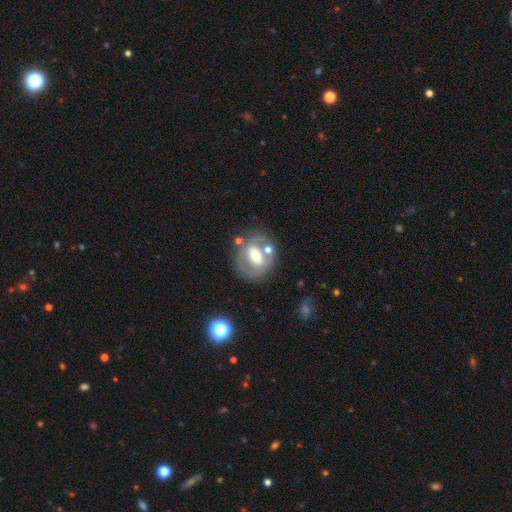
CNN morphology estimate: Overall: featured or disk (61%; smooth 32%). Edge-on disk: no (93%). Bar: weak (34%; strong 33%). Spiral arms: no (69%; yes 31%). Bulge size: moderate (65%). Merging: none (63%).